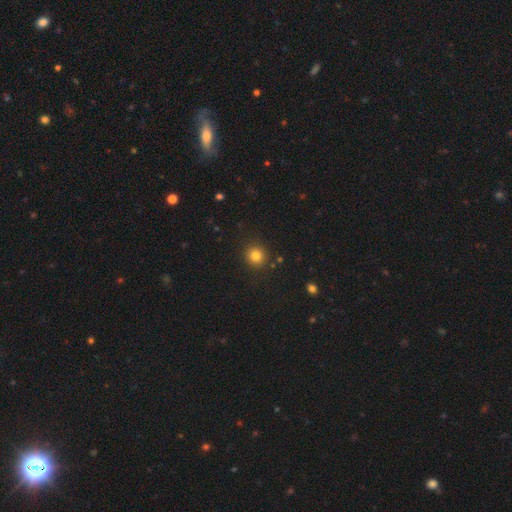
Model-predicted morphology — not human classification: Overall: smooth (82%). How rounded: round (91%). Merging: none (89%).